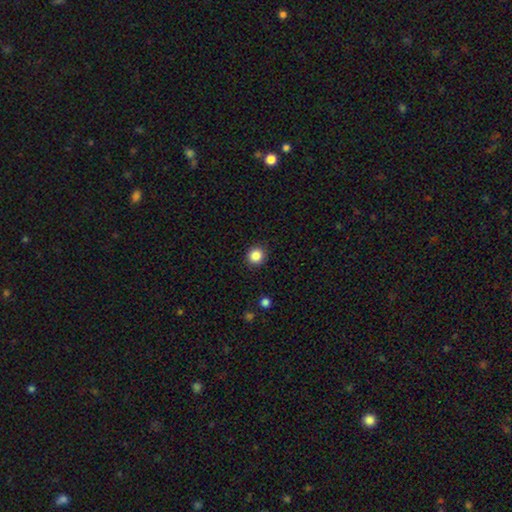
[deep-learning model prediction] The model was most divided on "smooth or featured": smooth: 86%, star or artifact: 11%, featured or disk: 3%. More confident: how rounded — round (91%); merging — none (91%).